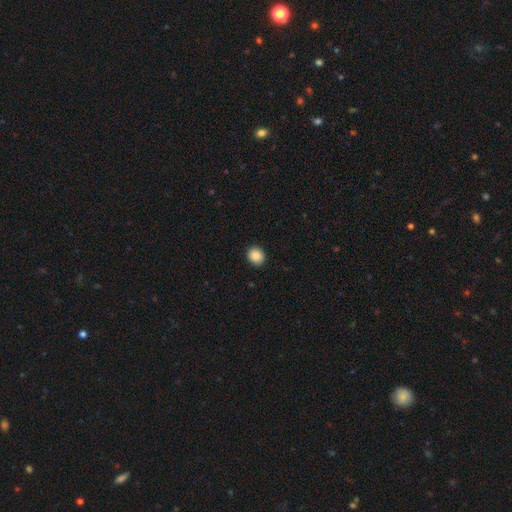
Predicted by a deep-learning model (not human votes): smooth-or-featured: smooth: 87% | star or artifact: 9% | featured or disk: 5%
  how-rounded: round: 74% | in between: 25% | cigar-shaped: 1%
  merging: none: 92% | minor disturbance: 6% | major disturbance: 2% | merger: 1%